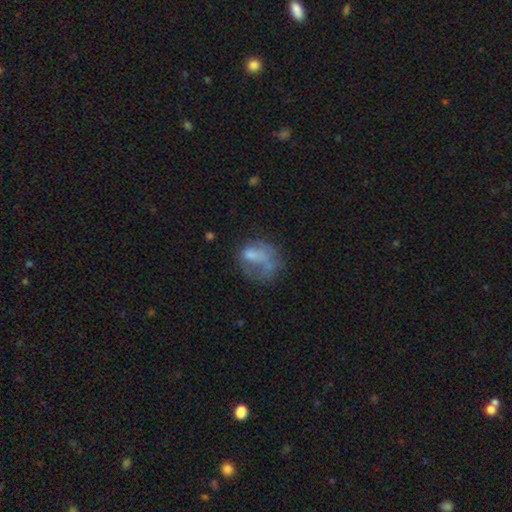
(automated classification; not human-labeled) Smooth or featured? smooth (53%)
How rounded? in between (55%)
Merging? major disturbance (42%)